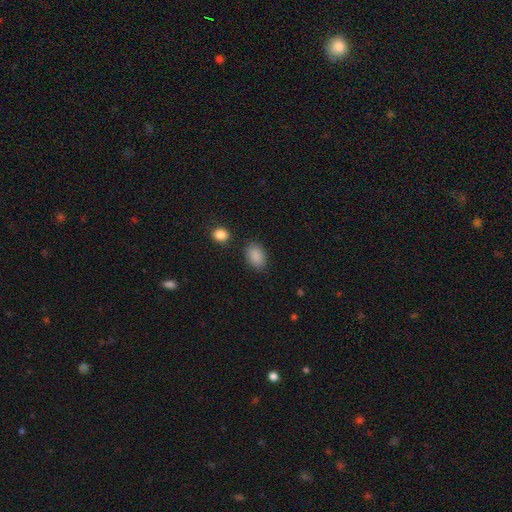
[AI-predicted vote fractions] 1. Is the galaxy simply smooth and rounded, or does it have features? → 88% smooth, 8% star or artifact, 4% featured or disk.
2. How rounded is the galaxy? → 84% in between, 15% round, 1% cigar-shaped.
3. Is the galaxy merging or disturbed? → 79% none, 15% minor disturbance, 4% major disturbance, 3% merger.